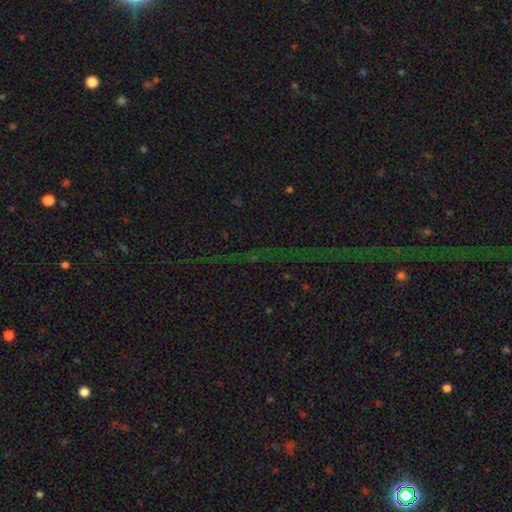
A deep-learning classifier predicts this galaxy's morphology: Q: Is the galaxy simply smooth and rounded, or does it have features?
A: star or artifact — 80%.